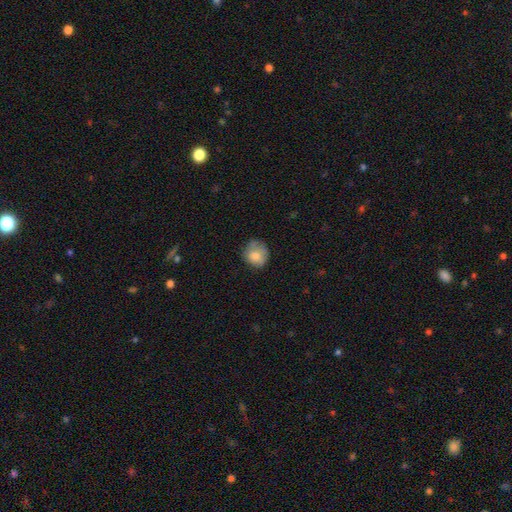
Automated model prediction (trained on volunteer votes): Q: Smooth or featured?
A: smooth (78%); runner-up: featured or disk (13%)
Q: How rounded?
A: round (77%); runner-up: in between (22%)
Q: Merging?
A: none (58%); runner-up: minor disturbance (30%)